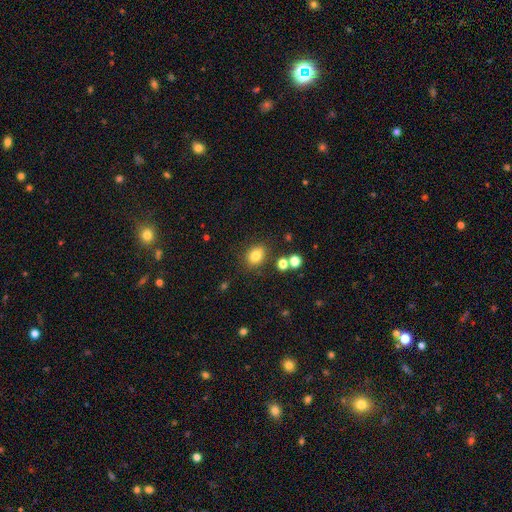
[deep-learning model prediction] Smooth or featured? Predicted: smooth (p=0.79). How rounded? Predicted: in between (p=0.53). Merging? Predicted: none (p=0.79).